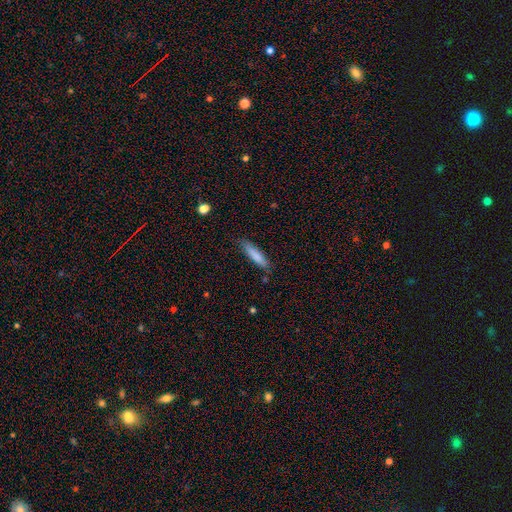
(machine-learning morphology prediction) type=smooth (82%); roundness=cigar-shaped (82%); merging=none (82%).